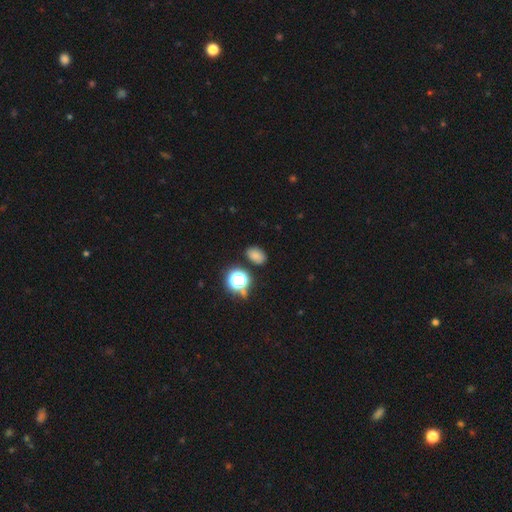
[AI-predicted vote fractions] This is likely a smooth galaxy (75%). How rounded: likely in between (77%). Merging: clearly none (82%).